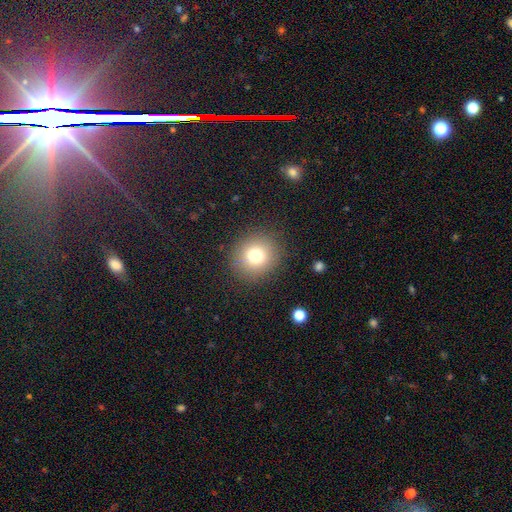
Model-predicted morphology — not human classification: Smooth or featured? smooth (77%)
How rounded? round (86%)
Merging? none (88%)